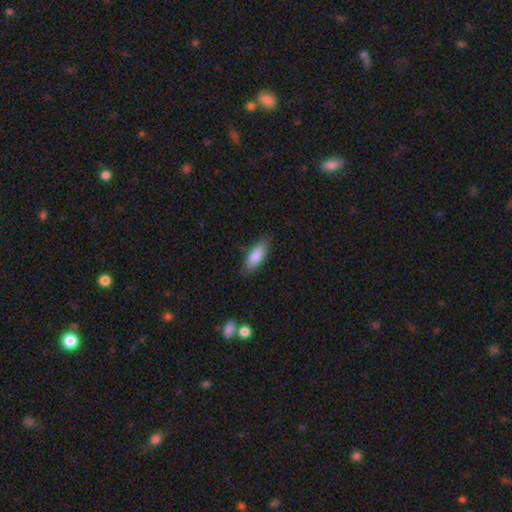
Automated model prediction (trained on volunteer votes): Smooth or featured? Predicted: smooth (p=0.86). How rounded? Predicted: in between (p=0.71). Merging? Predicted: none (p=0.83).